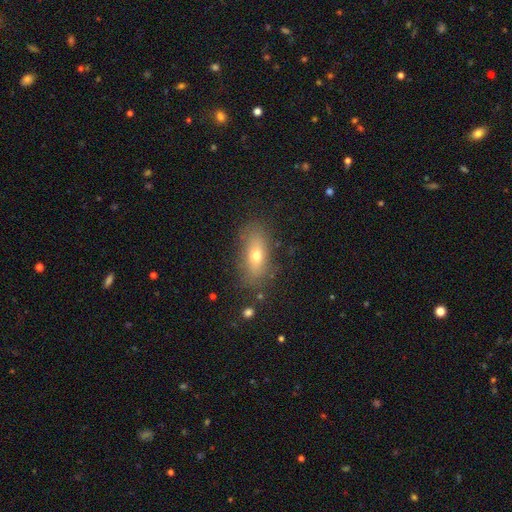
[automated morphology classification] Smooth or featured? Predicted: smooth (p=0.64). How rounded? Predicted: in between (p=0.77). Merging? Predicted: none (p=0.76).